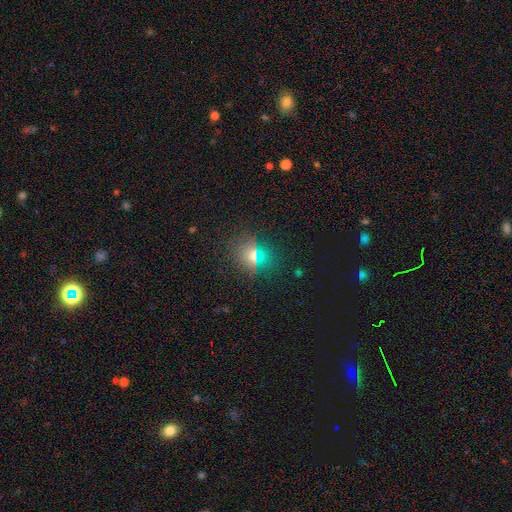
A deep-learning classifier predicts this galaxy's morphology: This is possibly a smooth galaxy (55%). How rounded: likely round (70%). Merging: clearly none (83%).